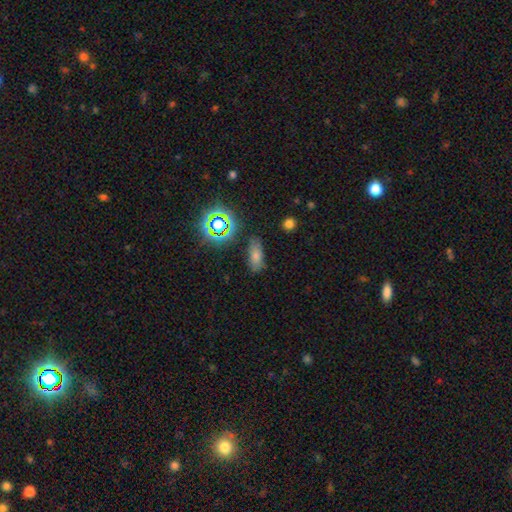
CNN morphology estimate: The model was most divided on "smooth or featured": smooth: 67%, star or artifact: 19%, featured or disk: 14%. More confident: how rounded — in between (79%); merging — none (76%).